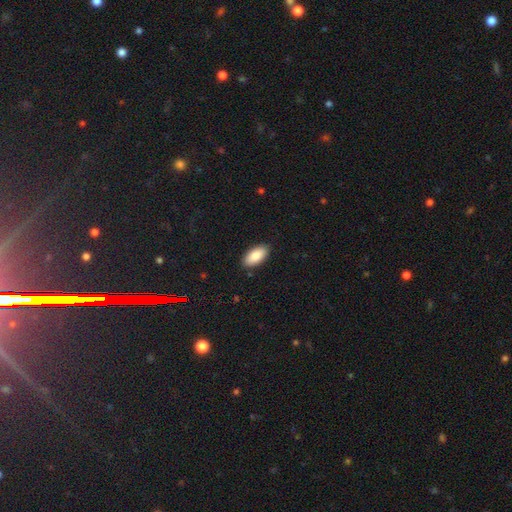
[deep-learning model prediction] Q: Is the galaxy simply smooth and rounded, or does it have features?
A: smooth — 87%.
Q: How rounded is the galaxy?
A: in between — 94%.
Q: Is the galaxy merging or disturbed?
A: none — 88%.